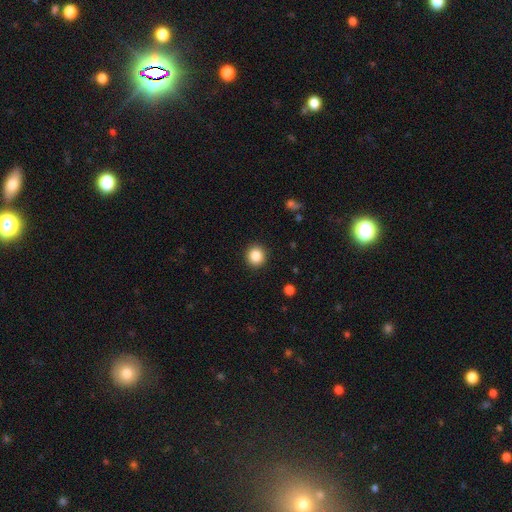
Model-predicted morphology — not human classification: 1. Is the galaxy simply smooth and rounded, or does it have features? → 86% smooth, 10% star or artifact, 4% featured or disk.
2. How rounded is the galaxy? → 93% round, 6% in between, 1% cigar-shaped.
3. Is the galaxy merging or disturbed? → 92% none, 5% minor disturbance, 2% major disturbance, 1% merger.